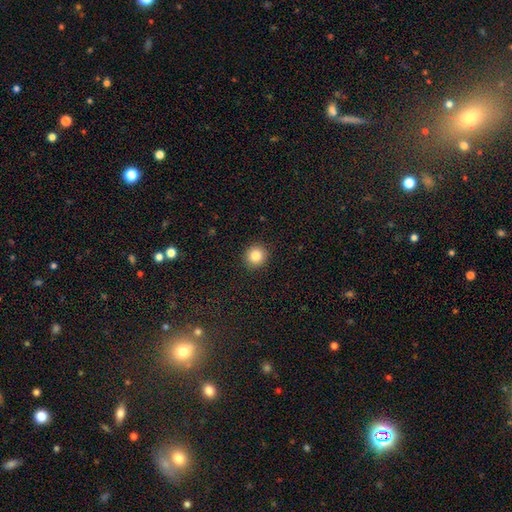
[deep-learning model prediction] Q: Smooth or featured?
A: smooth (84%); runner-up: star or artifact (11%)
Q: How rounded?
A: round (93%); runner-up: in between (6%)
Q: Merging?
A: none (92%); runner-up: minor disturbance (5%)